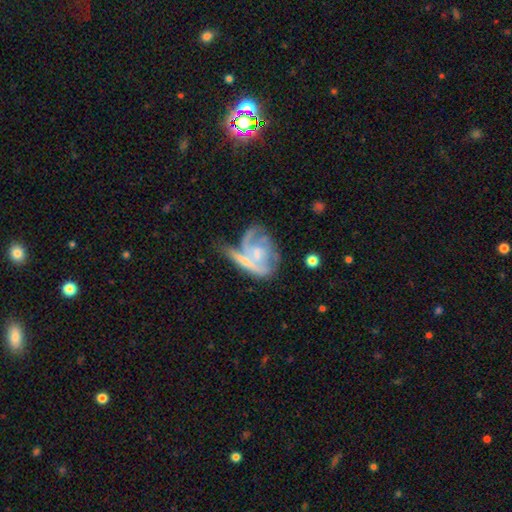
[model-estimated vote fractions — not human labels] This is likely a featured or disk galaxy (69%). It is clearly not viewed edge-on (93%). Bar: likely no (69%). Spiral arm pattern: likely yes (75%). Central bulge: possibly small (51%). Merging: marginally merger (35%).